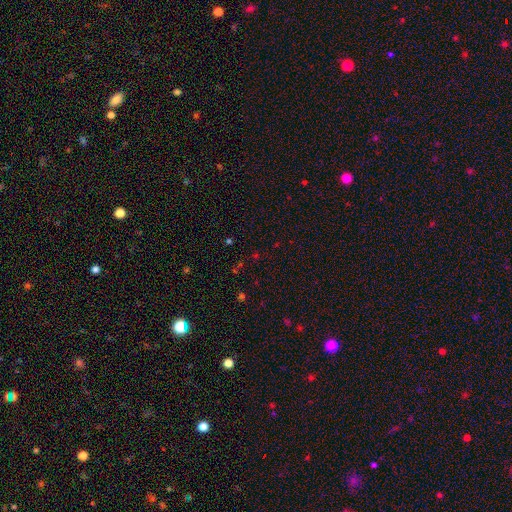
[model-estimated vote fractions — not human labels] smooth-or-featured: star or artifact: 59% | smooth: 33% | featured or disk: 8%